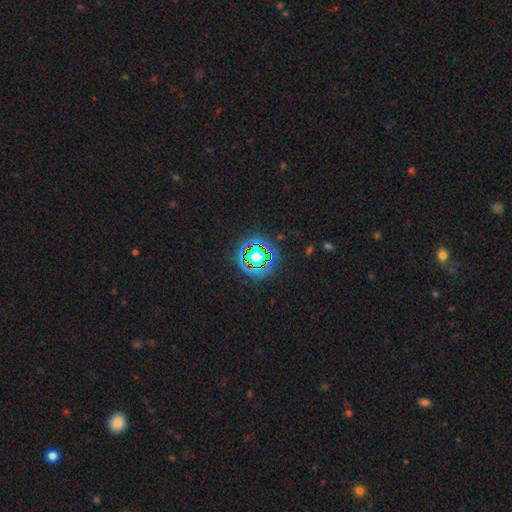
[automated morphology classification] Q: Smooth or featured?
A: star or artifact (71%); runner-up: smooth (17%)